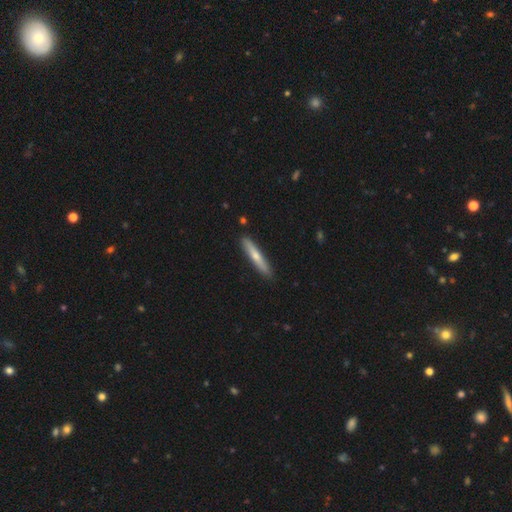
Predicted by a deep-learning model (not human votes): Smooth or featured?
  - smooth: 54% *
  - featured or disk: 40%
  - star or artifact: 5%
How rounded?
  - cigar-shaped: 92% *
  - in between: 6%
  - round: 1%
Merging?
  - none: 90% *
  - minor disturbance: 8%
  - major disturbance: 1%
  - merger: 1%